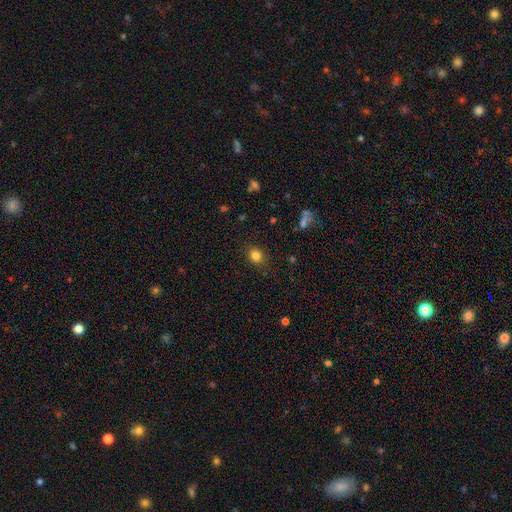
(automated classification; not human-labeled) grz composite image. It shows a smooth galaxy with no disk features (82%) that is round (58%). Merging: none (84%).